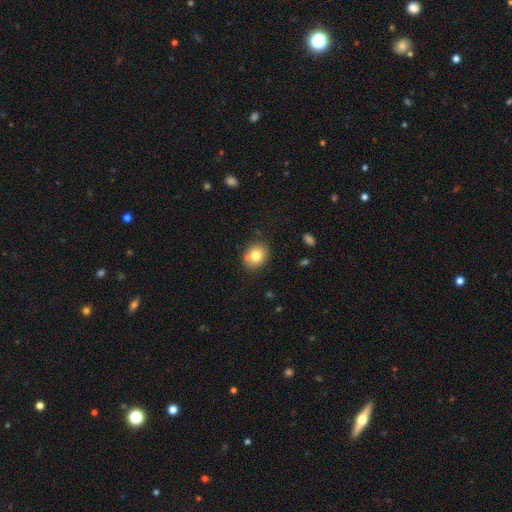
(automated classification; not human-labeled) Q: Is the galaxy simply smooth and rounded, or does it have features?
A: smooth — 79%.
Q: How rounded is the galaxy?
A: round — 57%.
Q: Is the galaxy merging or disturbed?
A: none — 78%.